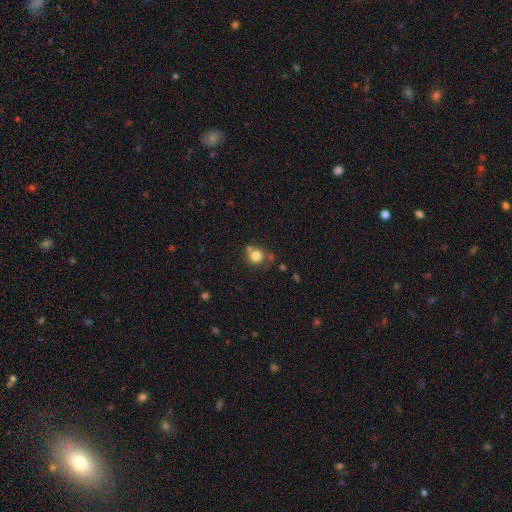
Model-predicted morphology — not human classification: smooth 80%, star or artifact 11%, featured or disk 9%. Down the decision tree: how rounded — round (85%); merging — none (58%).